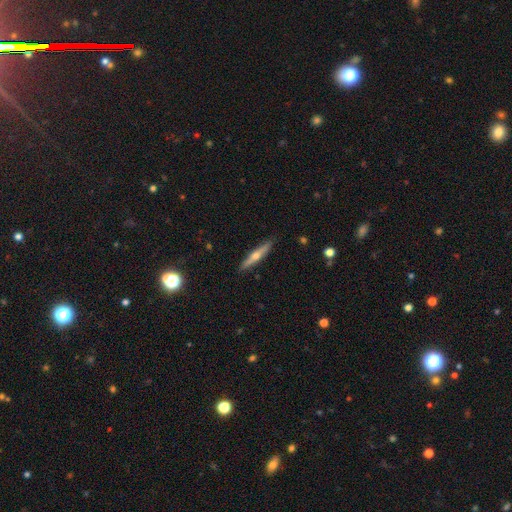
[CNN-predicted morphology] The model was most divided on "smooth or featured": featured or disk: 61%, smooth: 33%, star or artifact: 6%. More confident: edge-on disk — yes (96%); edge-on bulge — rounded (90%); merging — none (90%).